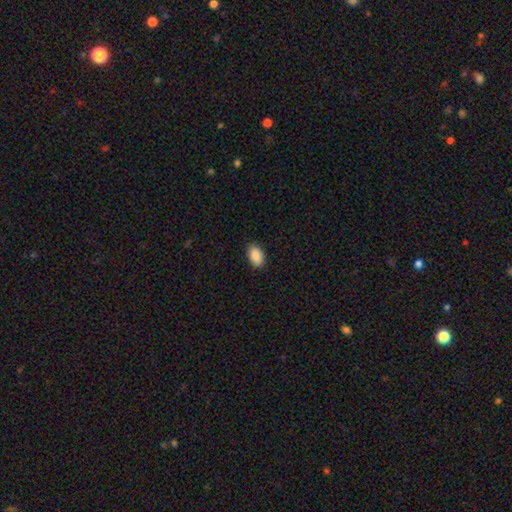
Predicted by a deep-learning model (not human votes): Smooth or featured: smooth — 90% (star or artifact — 7%)
How rounded: in between — 92% (round — 6%)
Merging: none — 88% (minor disturbance — 9%)